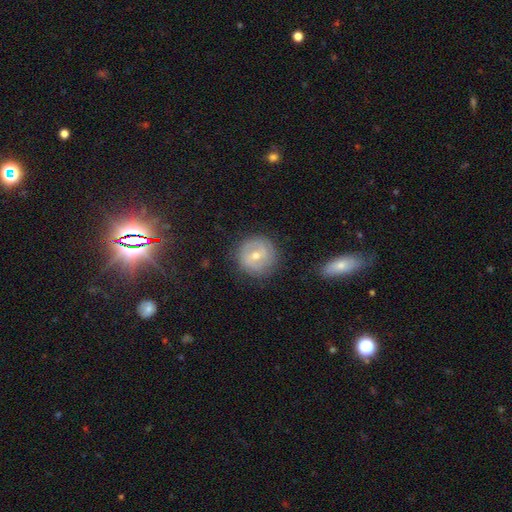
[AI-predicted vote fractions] Smooth or featured? Predicted: featured or disk (p=0.58). Edge-on disk? Predicted: no (p=0.97). Bar? Predicted: weak (p=0.51). Spiral arms? Predicted: yes (p=0.72). Bulge size? Predicted: moderate (p=0.60). Merging? Predicted: none (p=0.81).